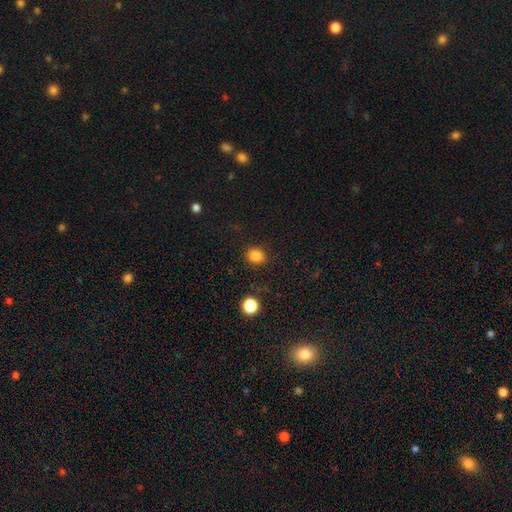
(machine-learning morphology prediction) Q: Smooth or featured?
A: smooth (84%); runner-up: star or artifact (12%)
Q: How rounded?
A: round (75%); runner-up: in between (24%)
Q: Merging?
A: none (87%); runner-up: minor disturbance (8%)